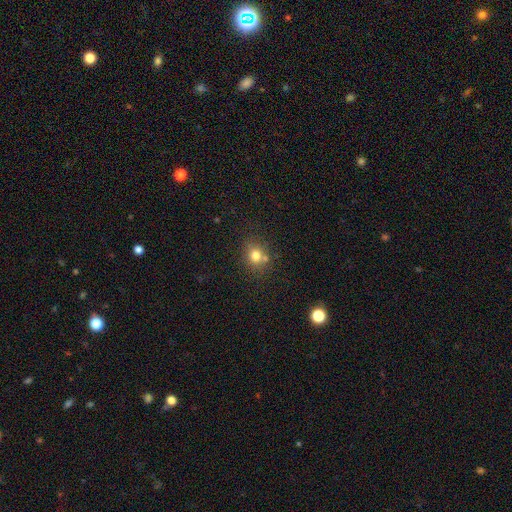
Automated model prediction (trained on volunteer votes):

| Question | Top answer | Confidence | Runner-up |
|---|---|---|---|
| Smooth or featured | smooth | 76% | star or artifact (14%) |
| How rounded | round | 73% | in between (26%) |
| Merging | none | 66% | merger (17%) |